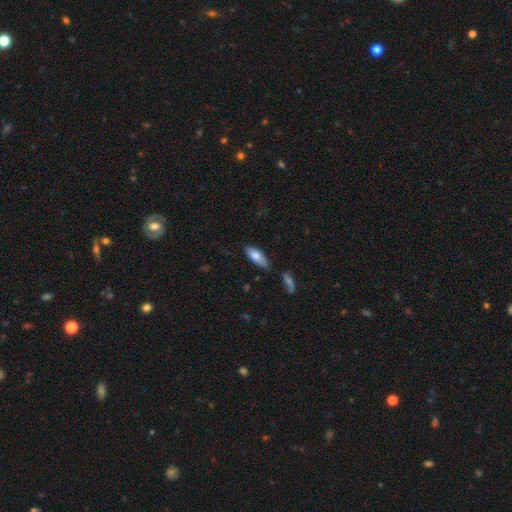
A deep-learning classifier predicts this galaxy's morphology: smooth 77%, featured or disk 16%, star or artifact 6%. Down the decision tree: how rounded — in between (75%); merging — none (66%).